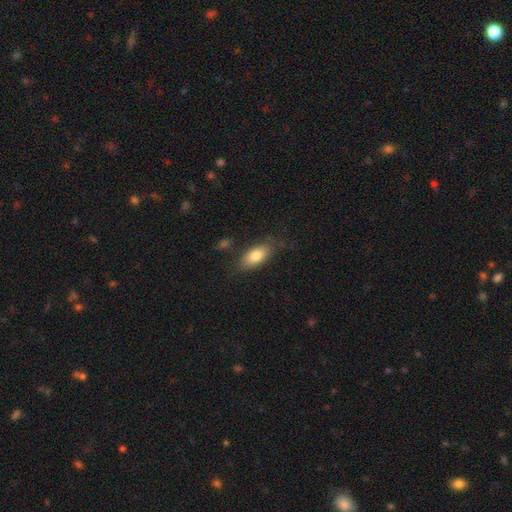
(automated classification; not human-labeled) Smooth or featured? smooth (79%)
How rounded? in between (87%)
Merging? none (75%)